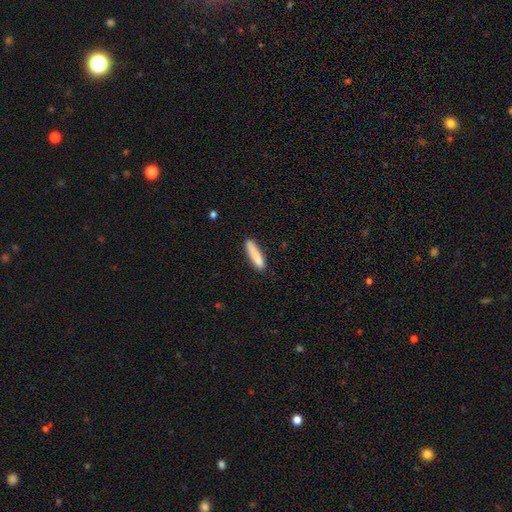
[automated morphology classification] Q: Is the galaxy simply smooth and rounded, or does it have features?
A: smooth — 86%.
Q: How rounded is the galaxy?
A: cigar-shaped — 81%.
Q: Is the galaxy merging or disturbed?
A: none — 83%.